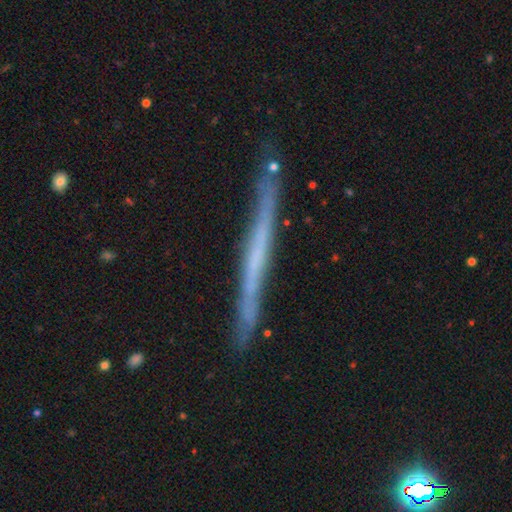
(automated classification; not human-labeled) The model was most divided on "smooth or featured": featured or disk: 64%, smooth: 30%, star or artifact: 6%. More confident: edge-on disk — yes (95%); edge-on bulge — none (83%); merging — none (82%).